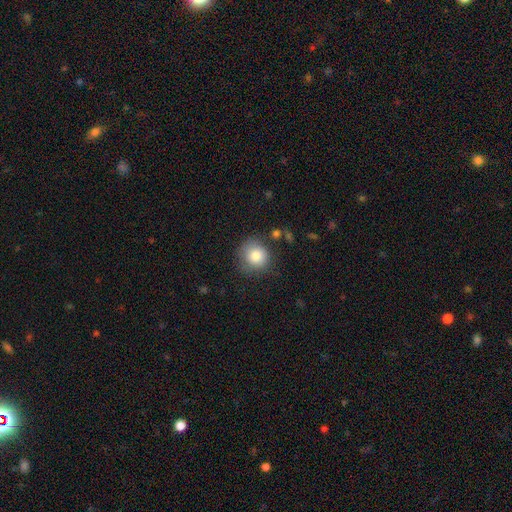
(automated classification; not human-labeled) smooth_or_featured: smooth (p=0.82) [alt: star or artifact p=0.09]
how_rounded: round (p=0.89) [alt: in between p=0.10]
merging: none (p=0.75) [alt: minor disturbance p=0.17]